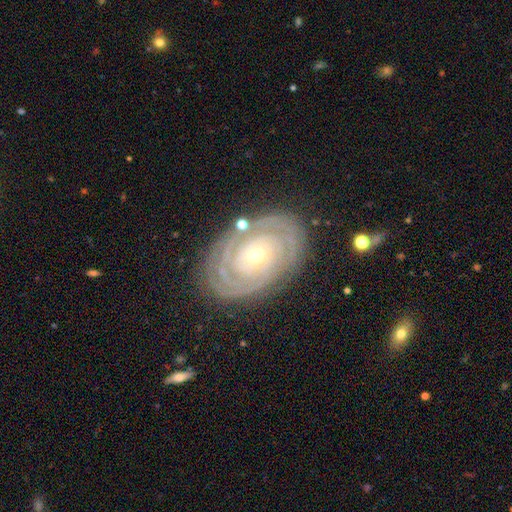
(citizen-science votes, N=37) Morphology: type=featured or disk (95%); edge-on=no (97%); bar=no (82%); spiral arms=yes (88%); winding=tight (73%); arm count=can't tell (33%); bulge=small (76%); merging=none (97%).